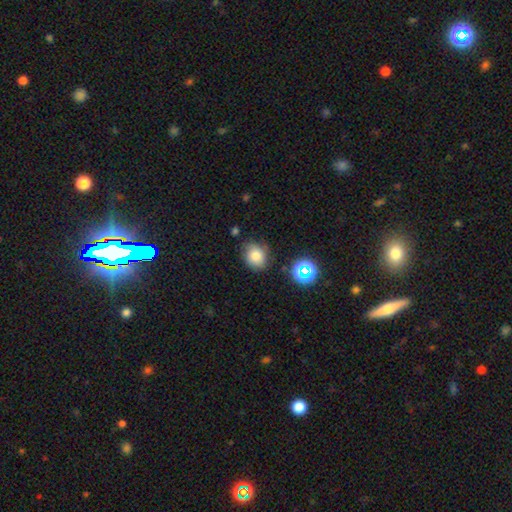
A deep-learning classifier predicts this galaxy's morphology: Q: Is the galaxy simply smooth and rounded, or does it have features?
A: smooth — 76%.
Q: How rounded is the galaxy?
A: round — 58%.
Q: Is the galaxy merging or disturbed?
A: none — 68%.